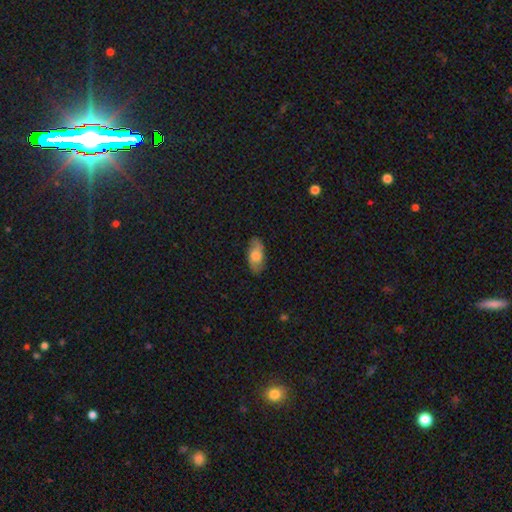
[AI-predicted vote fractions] This is likely a smooth galaxy (66%). How rounded: clearly in between (89%). Merging: likely none (80%).